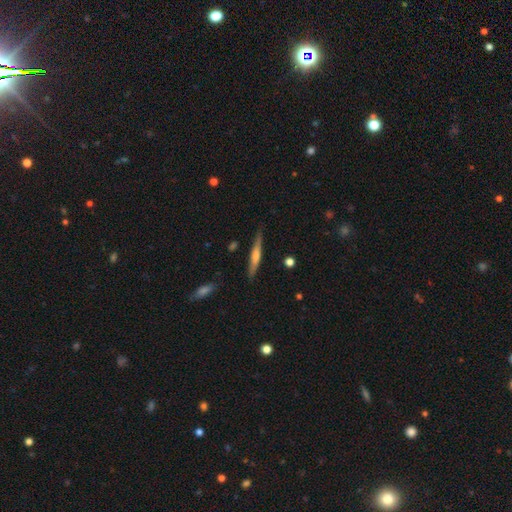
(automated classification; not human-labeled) Smooth or featured?
  - featured or disk: 56% *
  - smooth: 38%
  - star or artifact: 6%
Edge-on disk?
  - yes: 96% *
  - no: 4%
Edge-on bulge?
  - rounded: 63% *
  - none: 23%
  - boxy: 14%
Merging?
  - none: 86% *
  - minor disturbance: 10%
  - major disturbance: 2%
  - merger: 2%